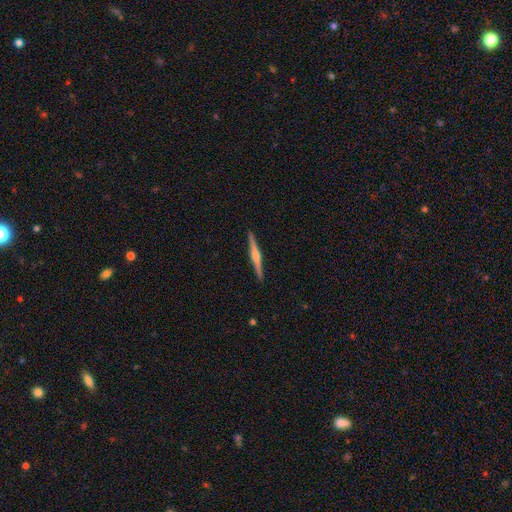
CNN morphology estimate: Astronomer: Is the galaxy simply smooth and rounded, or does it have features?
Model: featured or disk — 77%.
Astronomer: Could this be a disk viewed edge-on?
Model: yes — 99%.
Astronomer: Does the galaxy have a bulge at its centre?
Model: rounded — 85%.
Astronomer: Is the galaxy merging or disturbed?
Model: none — 93%.